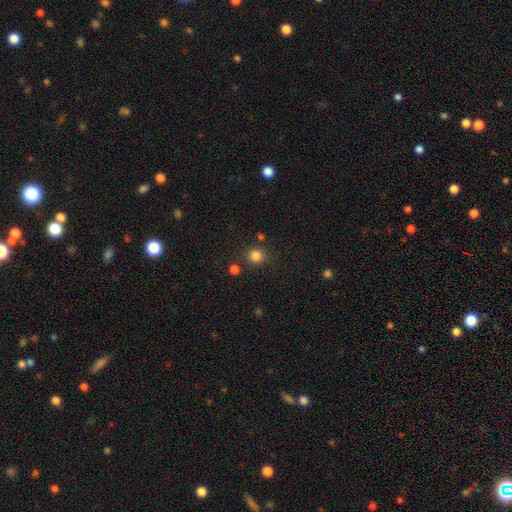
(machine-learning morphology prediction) type=smooth (83%); roundness=round (89%); merging=none (82%).